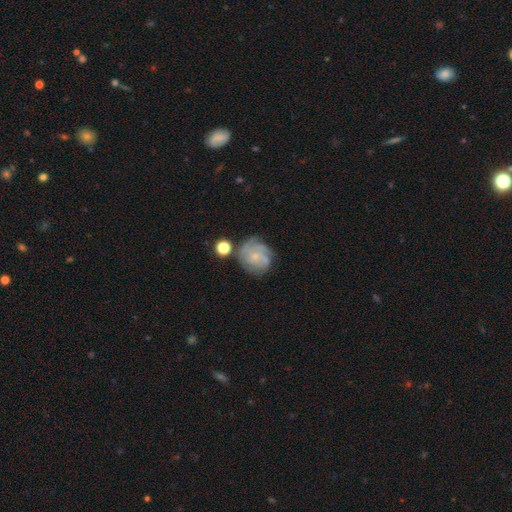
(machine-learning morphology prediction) A featured or disk galaxy (62%) with no bar (78%), tight (57%) spiral arms (84%) and a small central bulge (72%). Merging: none (59%).